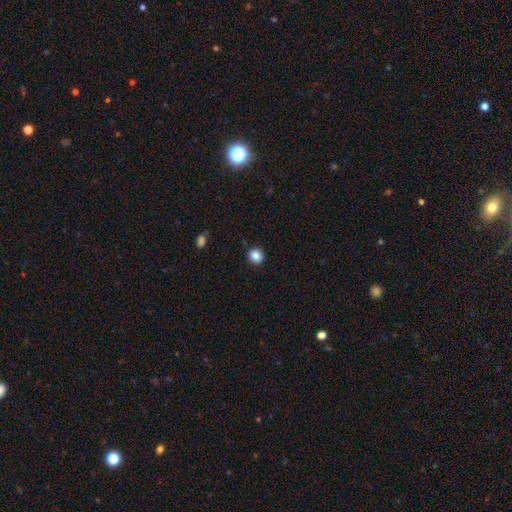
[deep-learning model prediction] A smooth galaxy with no disk features (86%) that is round (80%).

Vote fractions:
- Smooth or featured? smooth: 86% / star or artifact: 10% / featured or disk: 4%
- How rounded? round: 80% / in between: 19% / cigar-shaped: 1%
- Merging? none: 90% / minor disturbance: 7% / major disturbance: 2% / merger: 1%